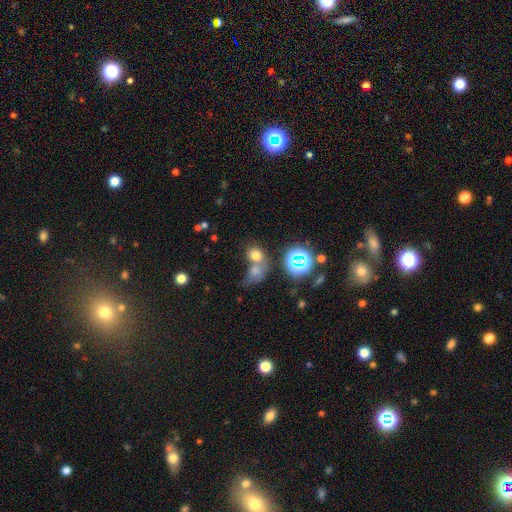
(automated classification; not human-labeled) Morphology: type=smooth (68%); roundness=round (60%); merging=merger (49%).